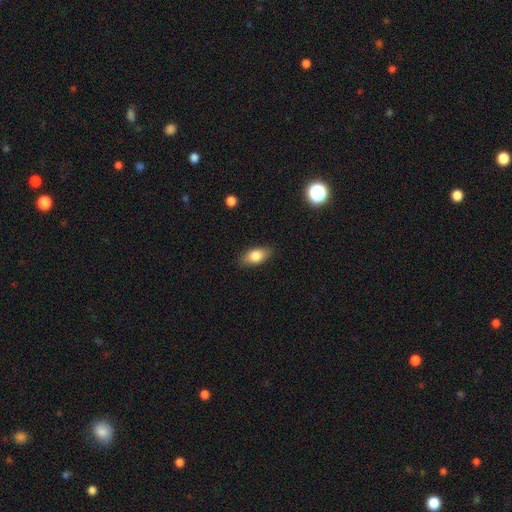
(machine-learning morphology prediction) Q: Smooth or featured?
A: smooth (80%); runner-up: featured or disk (13%)
Q: How rounded?
A: in between (87%); runner-up: cigar-shaped (8%)
Q: Merging?
A: none (86%); runner-up: minor disturbance (10%)